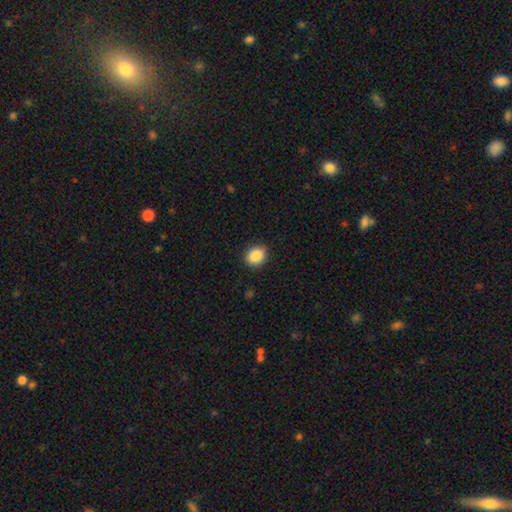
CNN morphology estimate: smooth-or-featured: smooth: 88% | star or artifact: 8% | featured or disk: 4%
  how-rounded: in between: 52% | round: 46% | cigar-shaped: 1%
  merging: none: 88% | minor disturbance: 9% | major disturbance: 2% | merger: 1%